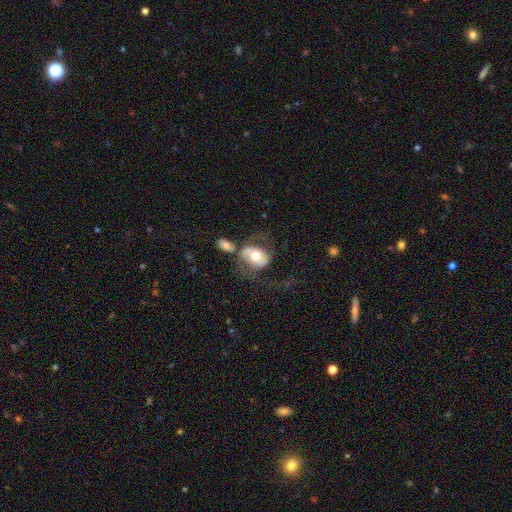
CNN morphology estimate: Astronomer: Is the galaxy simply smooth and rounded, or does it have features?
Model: featured or disk — 53% (runner-up: smooth, 40%).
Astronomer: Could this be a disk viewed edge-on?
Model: no — 94%.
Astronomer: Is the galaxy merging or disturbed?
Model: none — 33% (runner-up: major disturbance, 29%).